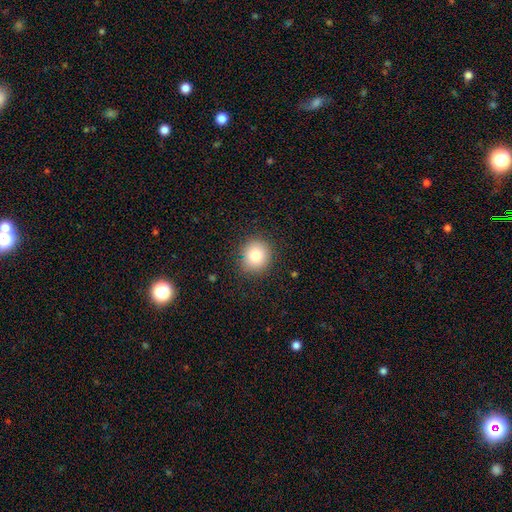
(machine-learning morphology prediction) A smooth galaxy with no disk features (81%) that is round (83%). Merging: none (88%).